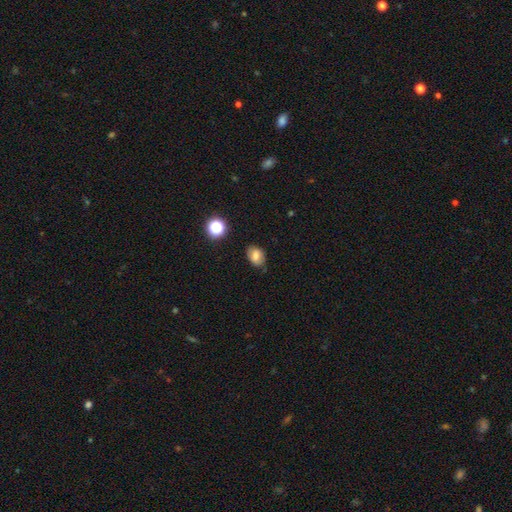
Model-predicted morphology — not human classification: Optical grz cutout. It shows a smooth galaxy with no disk features (73%) that is in between round and cigar-shaped (73%). Merging: none (80%).